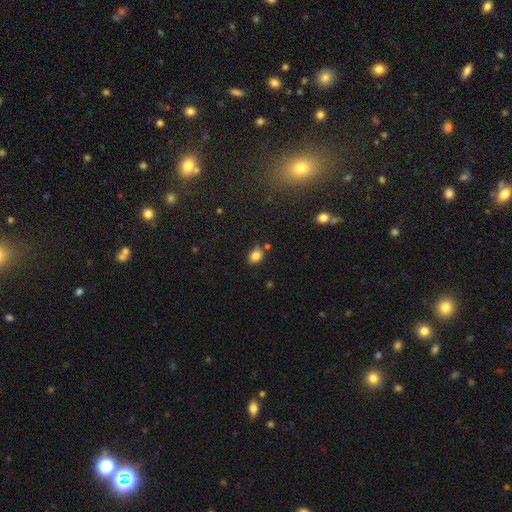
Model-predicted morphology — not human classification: This is clearly a smooth galaxy (82%). How rounded: likely in between (61%). Merging: likely none (66%).